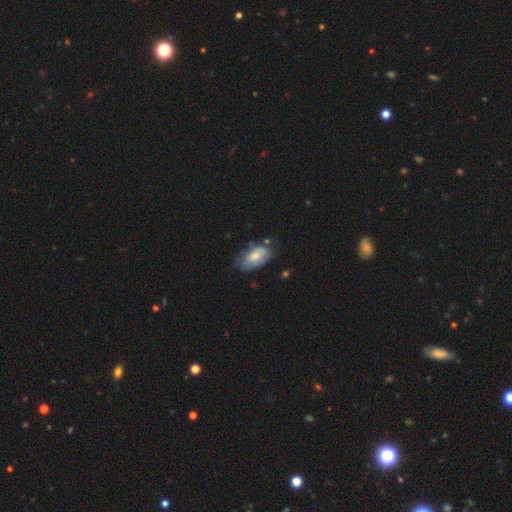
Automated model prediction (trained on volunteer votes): Smooth or featured? Predicted: smooth (p=0.69). How rounded? Predicted: in between (p=0.93). Merging? Predicted: none (p=0.50).